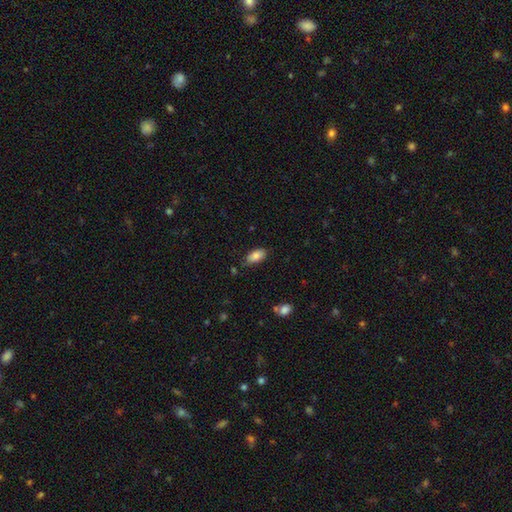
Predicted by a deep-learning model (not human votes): Smooth or featured: smooth — 84% (featured or disk — 9%)
How rounded: in between — 92% (cigar-shaped — 5%)
Merging: none — 76% (minor disturbance — 18%)